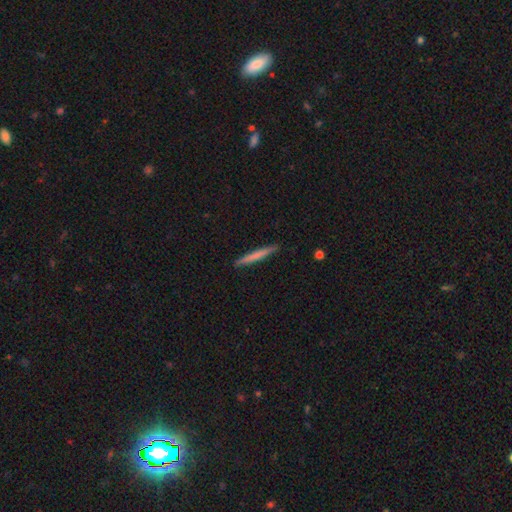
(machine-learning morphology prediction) Smooth or featured? smooth (66%)
How rounded? cigar-shaped (97%)
Merging? none (91%)